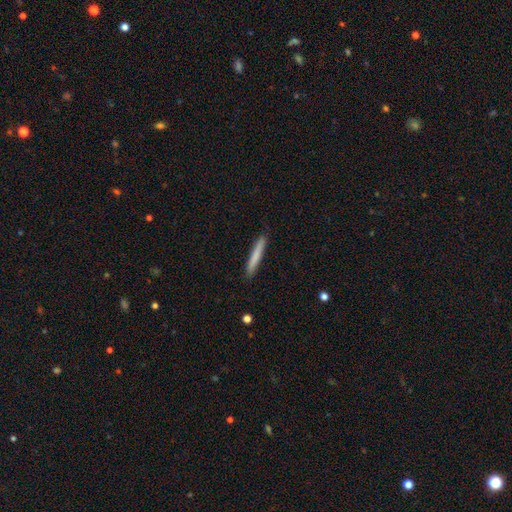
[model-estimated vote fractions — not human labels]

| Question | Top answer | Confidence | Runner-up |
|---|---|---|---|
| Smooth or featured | smooth | 77% | featured or disk (18%) |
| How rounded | cigar-shaped | 96% | in between (3%) |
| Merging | none | 90% | minor disturbance (7%) |